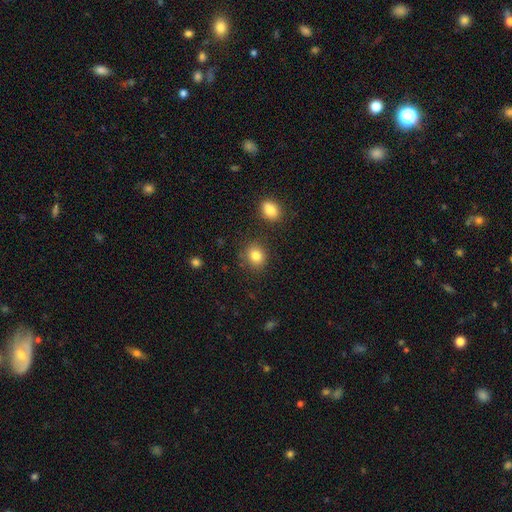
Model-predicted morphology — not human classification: Overall: smooth (84%). How rounded: round (71%). Merging: none (84%).